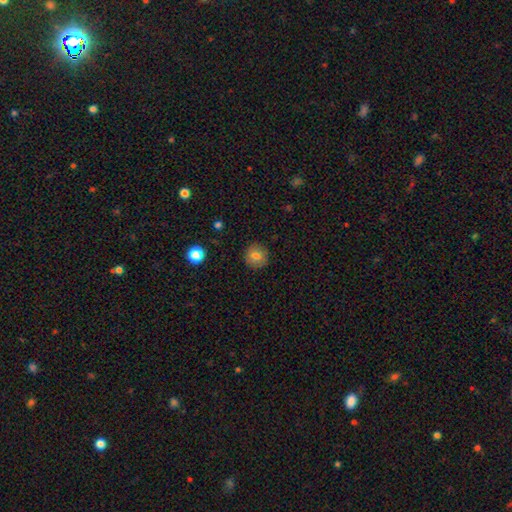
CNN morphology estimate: type=smooth (80%); roundness=round (92%); merging=none (90%).